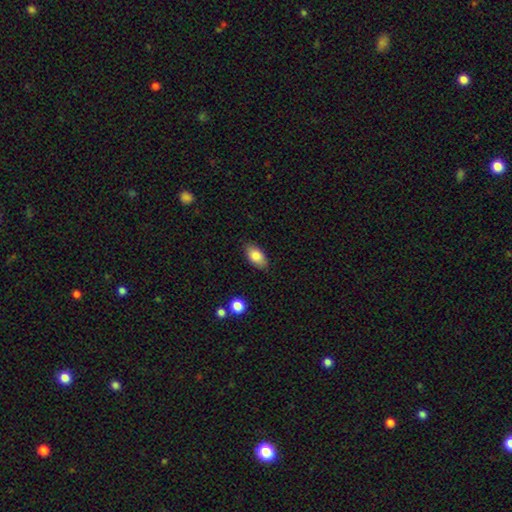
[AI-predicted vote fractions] Smooth or featured? smooth (84%)
How rounded? in between (92%)
Merging? none (85%)